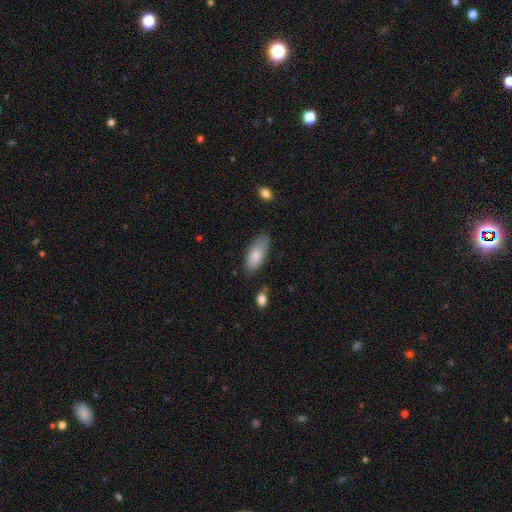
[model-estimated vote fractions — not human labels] The model was most divided on "merging": none: 67%, minor disturbance: 25%, major disturbance: 5%, merger: 3%. More confident: how rounded — in between (84%); smooth or featured — smooth (81%).